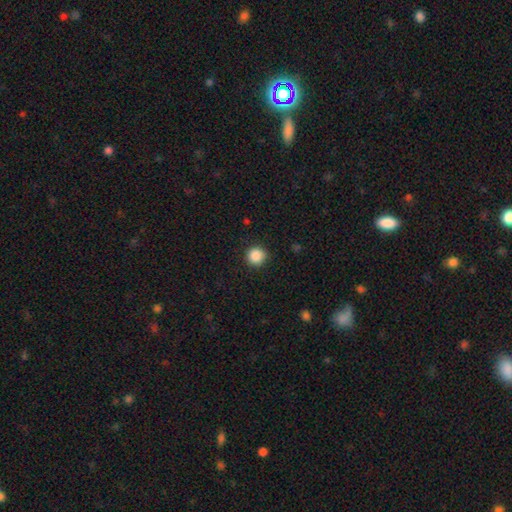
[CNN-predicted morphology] Smooth or featured: smooth — 88% (star or artifact — 10%)
How rounded: round — 95% (in between — 4%)
Merging: none — 90% (minor disturbance — 7%)